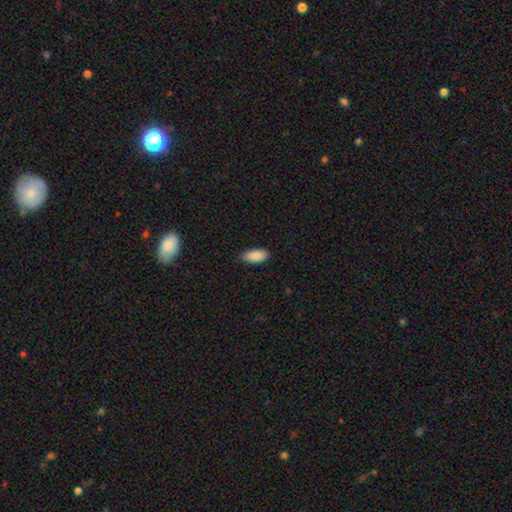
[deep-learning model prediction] smooth 89%, star or artifact 6%, featured or disk 5%. Down the decision tree: how rounded — in between (89%); merging — none (80%).